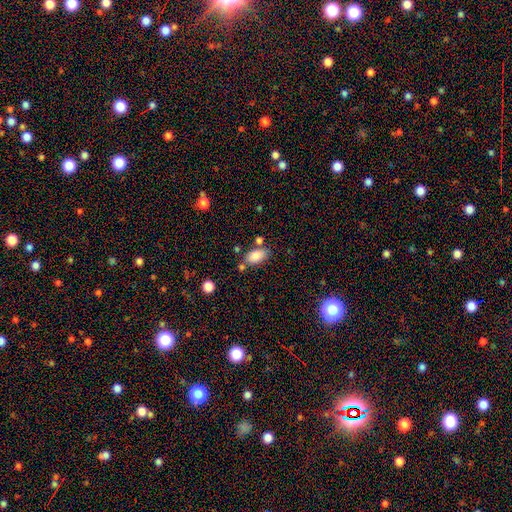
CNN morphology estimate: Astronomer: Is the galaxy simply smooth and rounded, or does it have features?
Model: smooth — 84%.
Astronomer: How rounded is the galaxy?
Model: in between — 91%.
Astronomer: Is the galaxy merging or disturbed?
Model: none — 68%.